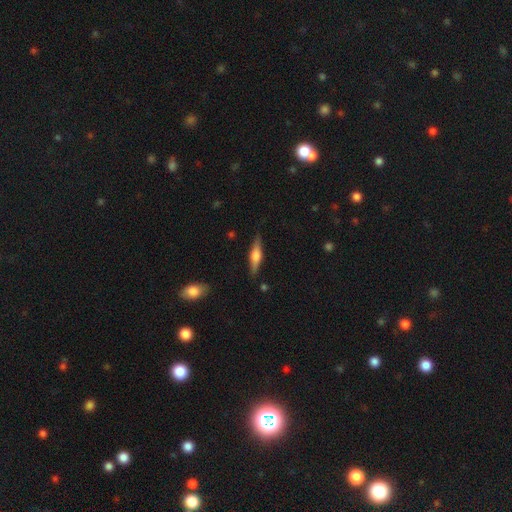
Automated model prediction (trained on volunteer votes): Overall: featured or disk (57%; smooth 37%). Edge-on disk: yes (95%). Edge-on bulge: rounded (85%). Merging: none (86%).